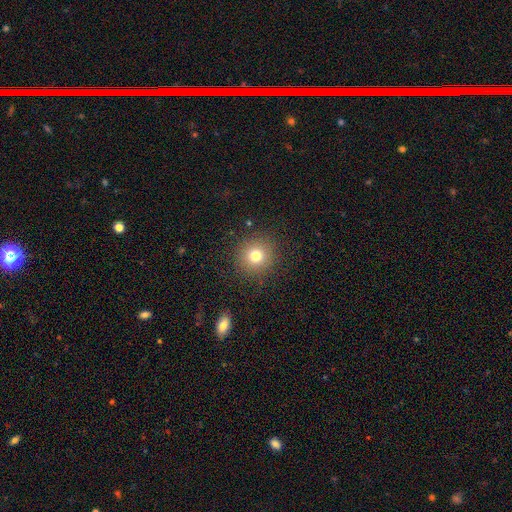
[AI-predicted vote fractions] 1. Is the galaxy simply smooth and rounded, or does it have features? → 77% smooth, 14% star or artifact, 9% featured or disk.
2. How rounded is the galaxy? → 93% round, 6% in between, 1% cigar-shaped.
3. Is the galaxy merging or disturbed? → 89% none, 7% minor disturbance, 3% major disturbance, 1% merger.